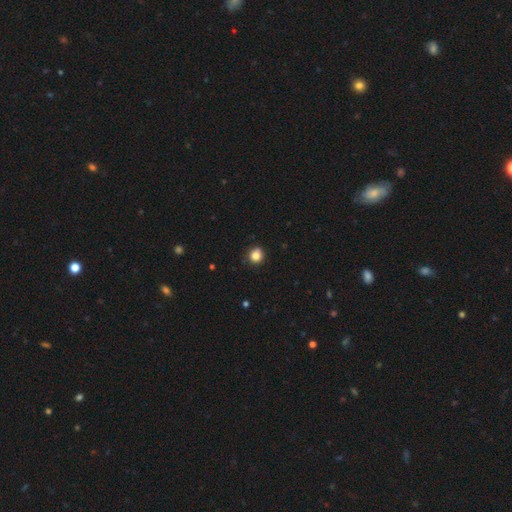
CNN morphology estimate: A smooth galaxy with no disk features (83%) that is round (84%). Merging: none (82%).